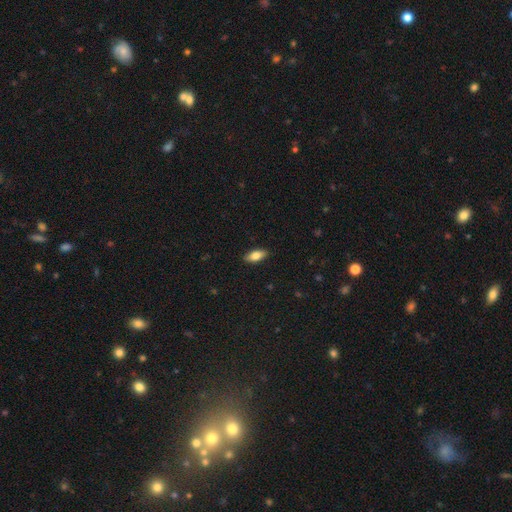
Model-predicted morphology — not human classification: Smooth or featured? Predicted: smooth (p=0.80). How rounded? Predicted: in between (p=0.85). Merging? Predicted: none (p=0.88).